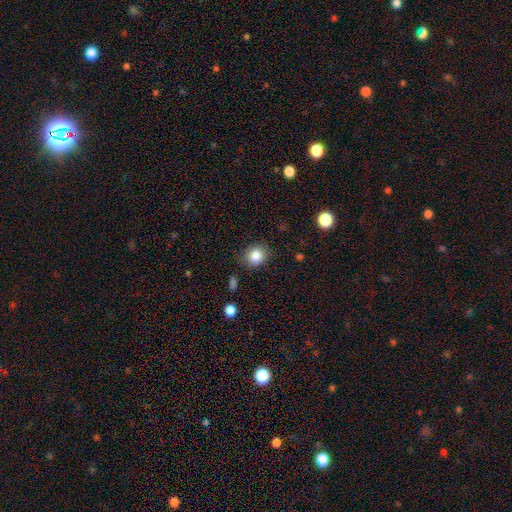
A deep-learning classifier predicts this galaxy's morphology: smooth_or_featured: smooth (p=0.85) [alt: star or artifact p=0.09]
how_rounded: round (p=0.72) [alt: in between p=0.27]
merging: none (p=0.84) [alt: minor disturbance p=0.11]